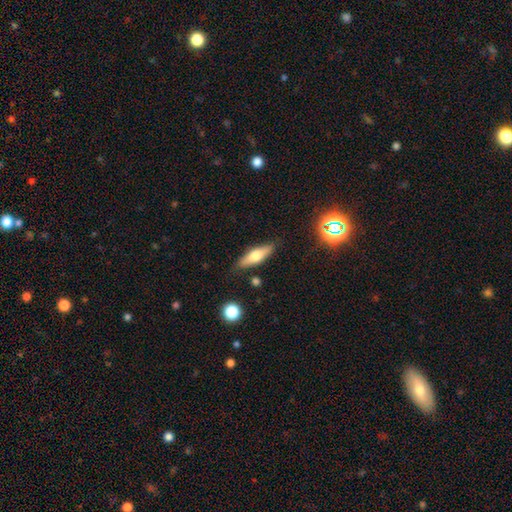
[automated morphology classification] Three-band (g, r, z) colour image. It shows a smooth galaxy with no disk features (53%) that is cigar-shaped (51%). Merging: none (82%).